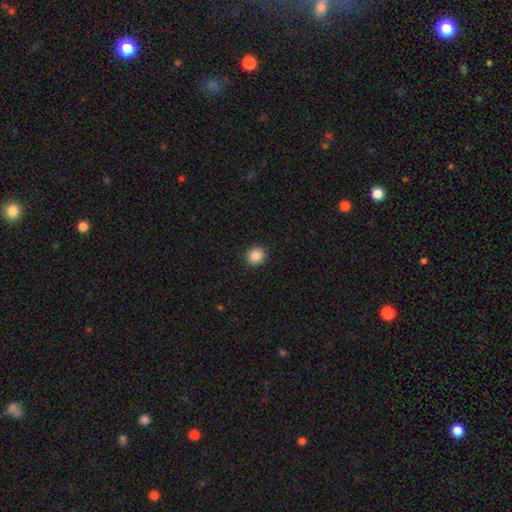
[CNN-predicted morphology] Smooth or featured?
  - smooth: 88% *
  - star or artifact: 9%
  - featured or disk: 3%
How rounded?
  - round: 87% *
  - in between: 12%
  - cigar-shaped: 1%
Merging?
  - none: 92% *
  - minor disturbance: 6%
  - major disturbance: 2%
  - merger: 1%